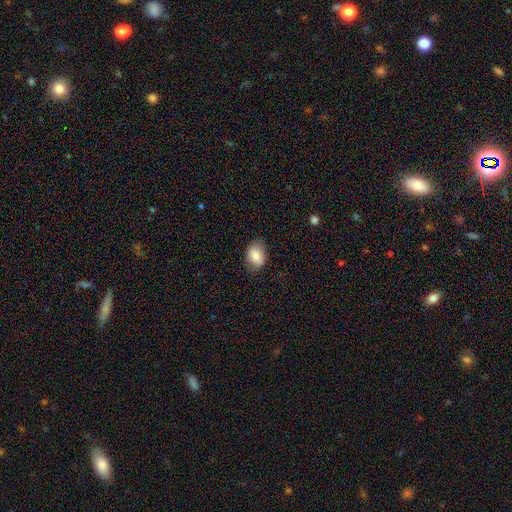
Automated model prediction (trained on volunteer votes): A smooth galaxy with no disk features (83%) that is in between round and cigar-shaped (70%).

Vote fractions:
- Smooth or featured? smooth: 83% / featured or disk: 9% / star or artifact: 8%
- How rounded? in between: 70% / round: 29% / cigar-shaped: 1%
- Merging? none: 78% / minor disturbance: 17% / major disturbance: 4% / merger: 1%